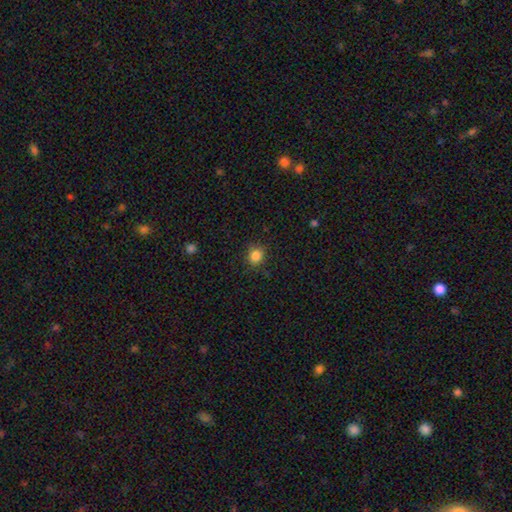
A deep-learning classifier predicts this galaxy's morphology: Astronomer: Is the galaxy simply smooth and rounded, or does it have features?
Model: smooth — 84%.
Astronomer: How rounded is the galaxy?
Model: round — 80%.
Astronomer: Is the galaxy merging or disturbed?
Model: none — 85%.